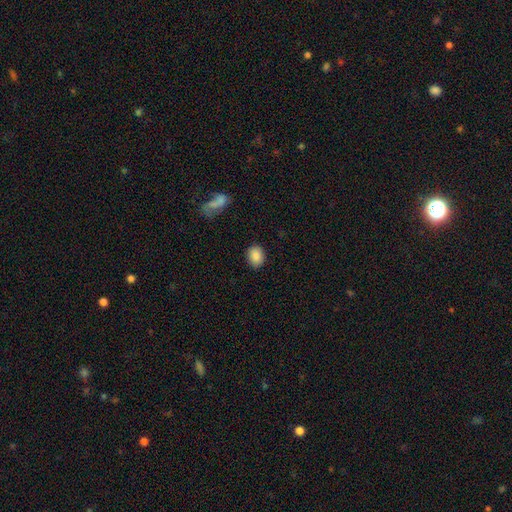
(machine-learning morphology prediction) This is clearly a smooth galaxy (88%). How rounded: likely in between (63%). Merging: clearly none (87%).